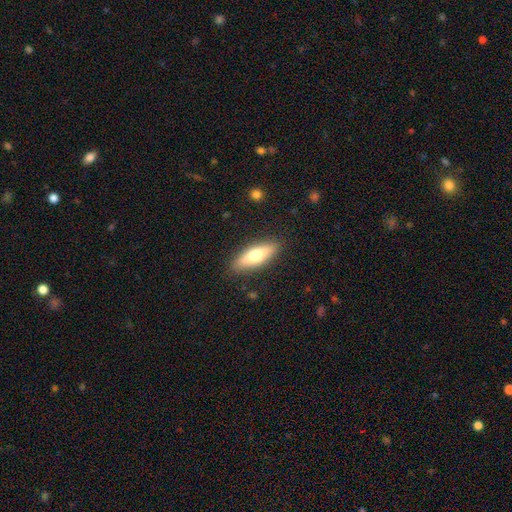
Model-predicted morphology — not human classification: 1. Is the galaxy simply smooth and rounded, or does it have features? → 61% smooth, 33% featured or disk, 6% star or artifact.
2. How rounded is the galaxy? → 52% in between, 46% cigar-shaped, 2% round.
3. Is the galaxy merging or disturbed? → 87% none, 9% minor disturbance, 2% major disturbance, 1% merger.